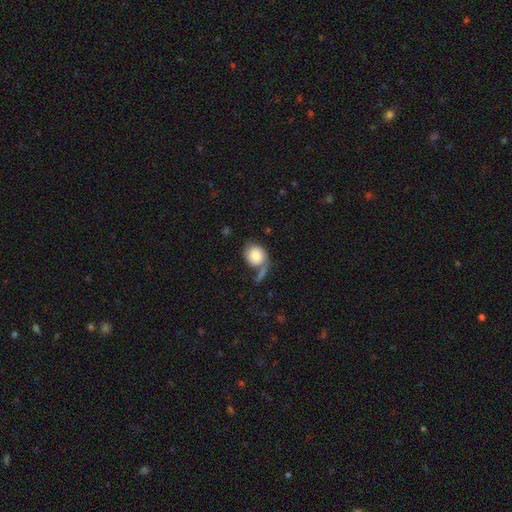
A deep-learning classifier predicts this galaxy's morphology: A smooth galaxy with no disk features (70%) that is round (64%).

Vote fractions:
- Smooth or featured? smooth: 70% / featured or disk: 23% / star or artifact: 7%
- How rounded? round: 64% / in between: 34% / cigar-shaped: 1%
- Merging? none: 38% / merger: 22% / major disturbance: 21% / minor disturbance: 19%